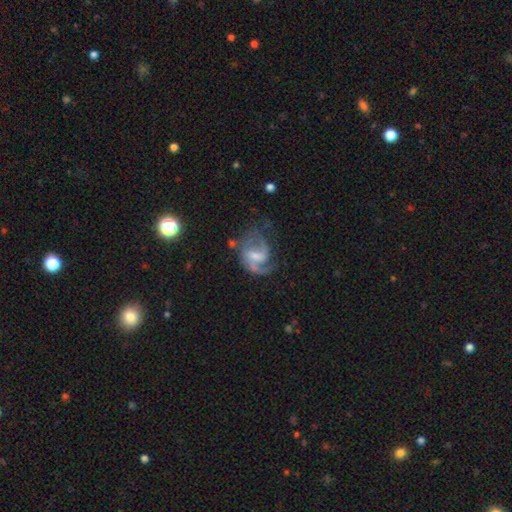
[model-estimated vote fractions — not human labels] The model was most divided on "bulge size": small: 41%, moderate: 33%, none: 20%, large: 5%, dominant: 1%. Remaining: edge-on disk — no (98%); spiral arms — yes (93%); smooth or featured — featured or disk (82%); spiral arm count — 2 (62%); bar — weak (56%); spiral winding — medium (51%); merging — none (49%).